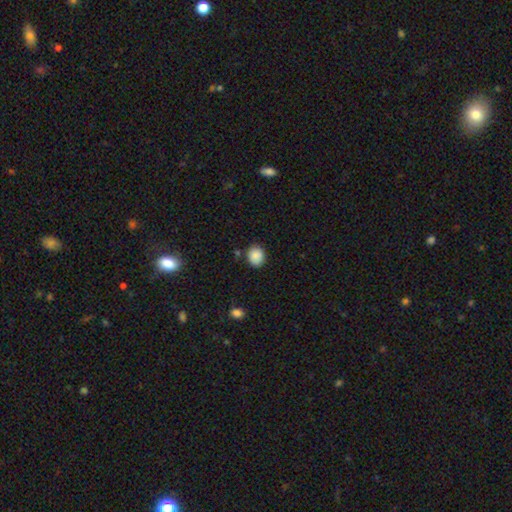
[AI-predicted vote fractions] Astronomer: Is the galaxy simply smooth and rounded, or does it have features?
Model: smooth — 88%.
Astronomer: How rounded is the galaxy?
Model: round — 62% (runner-up: in between, 37%).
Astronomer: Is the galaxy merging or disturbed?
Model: none — 83%.